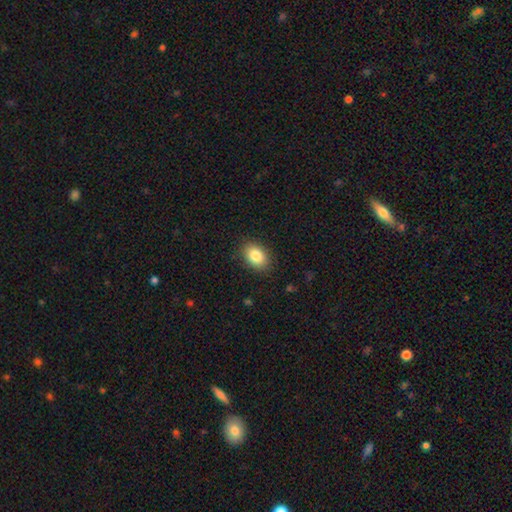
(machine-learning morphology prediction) The model was most divided on "how rounded": in between: 78%, round: 21%, cigar-shaped: 1%. More confident: merging — none (87%); smooth or featured — smooth (85%).